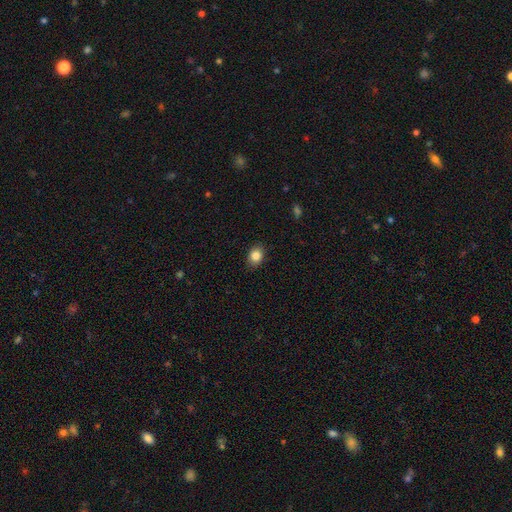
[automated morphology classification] Smooth or featured? smooth (84%)
How rounded? in between (62%)
Merging? none (87%)